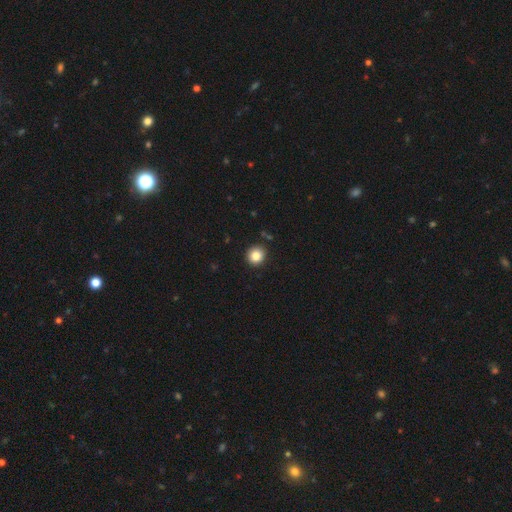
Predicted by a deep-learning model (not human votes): Smooth or featured?
  - smooth: 85% *
  - star or artifact: 10%
  - featured or disk: 5%
How rounded?
  - round: 92% *
  - in between: 7%
  - cigar-shaped: 1%
Merging?
  - none: 90% *
  - minor disturbance: 6%
  - major disturbance: 2%
  - merger: 2%